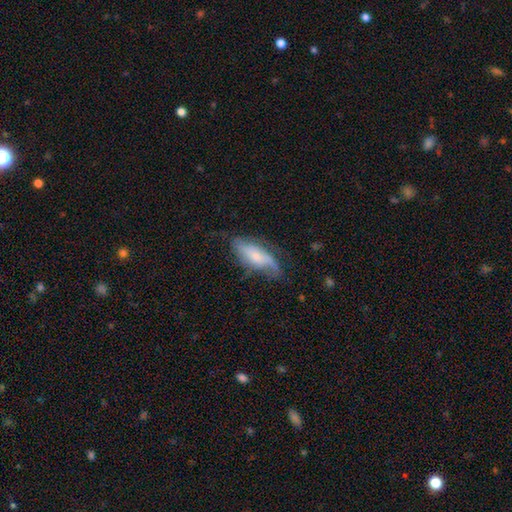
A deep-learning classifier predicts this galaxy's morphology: A featured or disk galaxy (46%, tied with smooth).

Vote fractions:
- Smooth or featured? featured or disk: 46% (tied) / smooth: 46% (tied) / star or artifact: 8%
- Merging? none: 56% / minor disturbance: 30% / major disturbance: 12% / merger: 2%